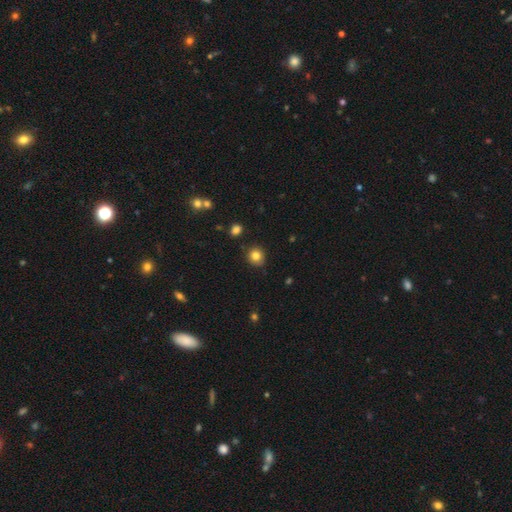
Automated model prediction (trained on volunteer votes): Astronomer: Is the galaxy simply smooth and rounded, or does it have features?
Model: smooth — 82%.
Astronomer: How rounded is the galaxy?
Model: round — 85%.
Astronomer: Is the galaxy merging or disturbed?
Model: none — 85%.